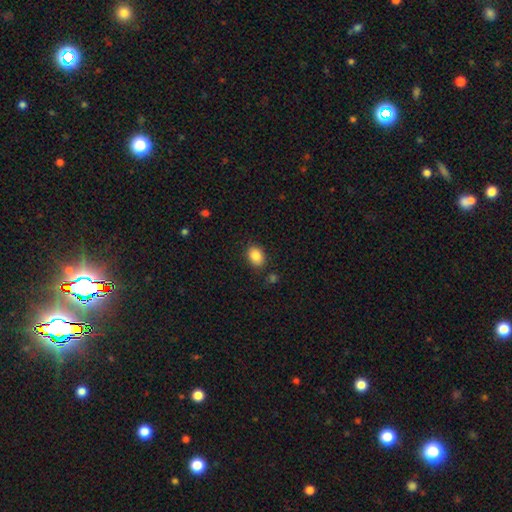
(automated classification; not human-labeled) smooth 86%, star or artifact 9%, featured or disk 5%. Down the decision tree: how rounded — in between (72%); merging — none (83%).